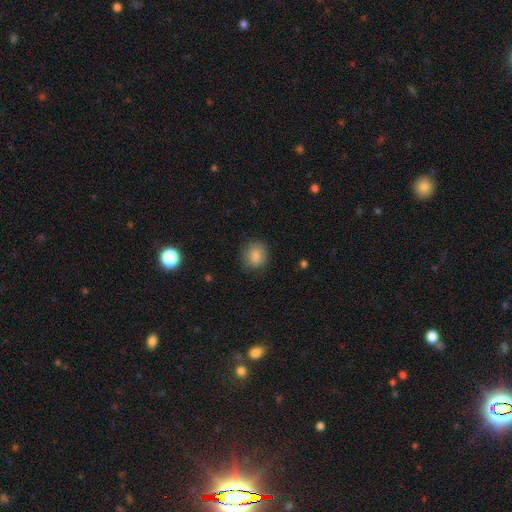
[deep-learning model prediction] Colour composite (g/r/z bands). It shows a smooth galaxy with no disk features (83%) that is round (71%). Merging: none (82%).